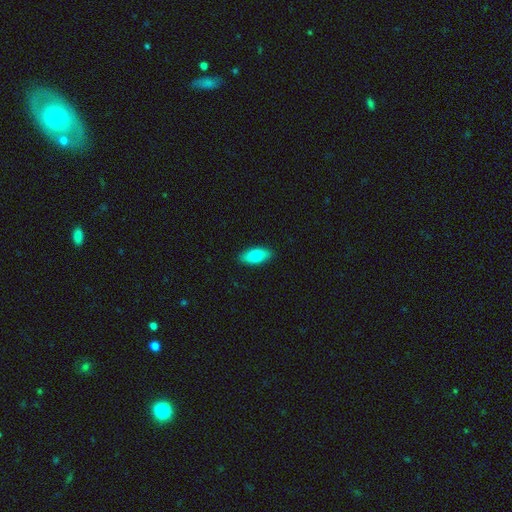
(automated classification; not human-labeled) Smooth or featured?
  - smooth: 77% *
  - featured or disk: 17%
  - star or artifact: 6%
How rounded?
  - in between: 82% *
  - cigar-shaped: 15%
  - round: 3%
Merging?
  - none: 90% *
  - minor disturbance: 8%
  - major disturbance: 2%
  - merger: 1%